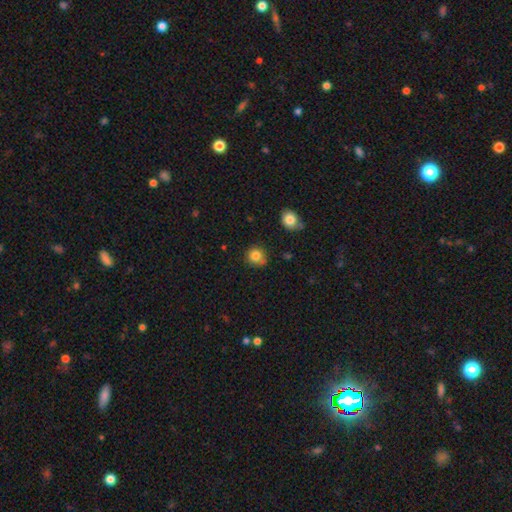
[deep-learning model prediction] This appears to be a smooth galaxy with no disk features (83%) that is round (89%). Merging: none (76%).